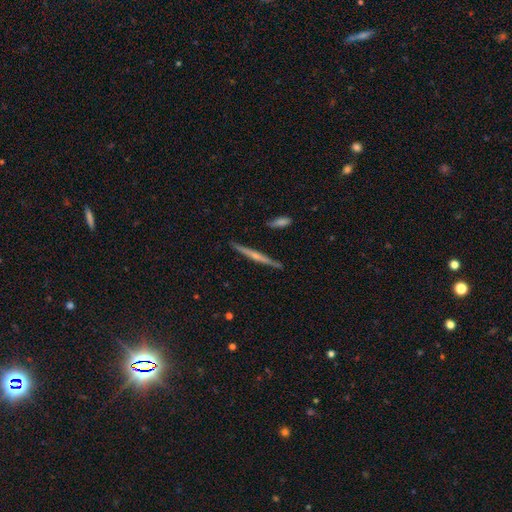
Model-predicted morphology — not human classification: Smooth or featured? featured or disk (69%)
Edge-on disk? yes (98%)
Edge-on bulge? rounded (58%)
Merging? none (90%)